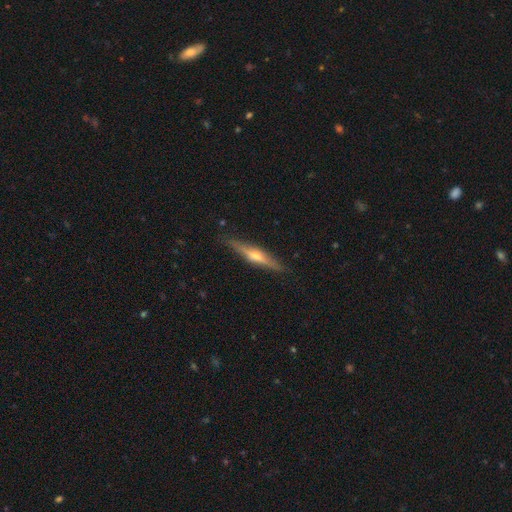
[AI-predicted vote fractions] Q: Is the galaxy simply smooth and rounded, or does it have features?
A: featured or disk — 68%.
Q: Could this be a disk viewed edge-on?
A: yes — 96%.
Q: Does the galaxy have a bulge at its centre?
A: rounded — 84%.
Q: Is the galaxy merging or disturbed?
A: none — 88%.